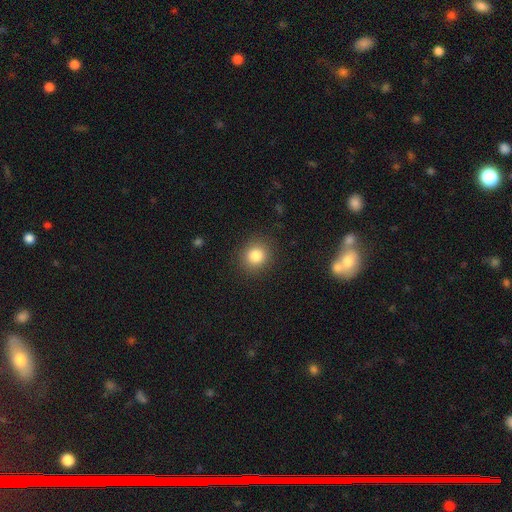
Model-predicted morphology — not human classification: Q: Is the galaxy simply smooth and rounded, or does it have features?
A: smooth — 84%.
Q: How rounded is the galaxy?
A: round — 84%.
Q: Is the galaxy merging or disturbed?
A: none — 89%.